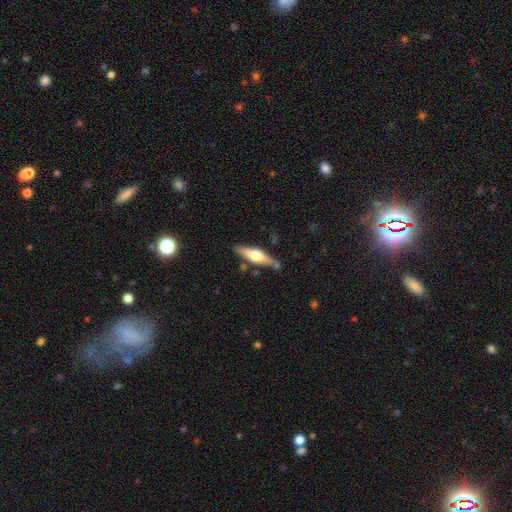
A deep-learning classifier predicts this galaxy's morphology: Smooth or featured: featured or disk — 48% (smooth — 46%)
Merging: none — 77% (minor disturbance — 14%)